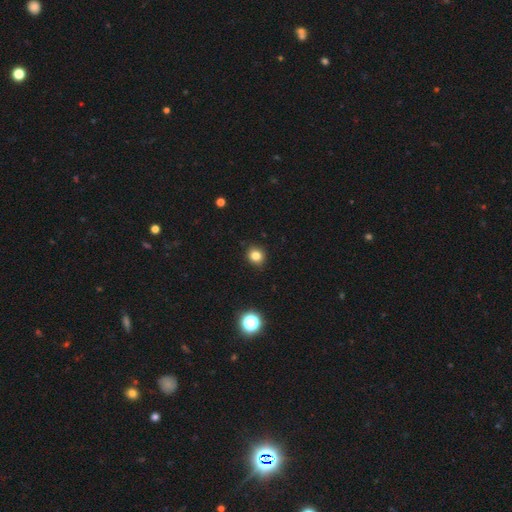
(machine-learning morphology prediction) Smooth or featured? Predicted: smooth (p=0.81). How rounded? Predicted: round (p=0.81). Merging? Predicted: none (p=0.89).